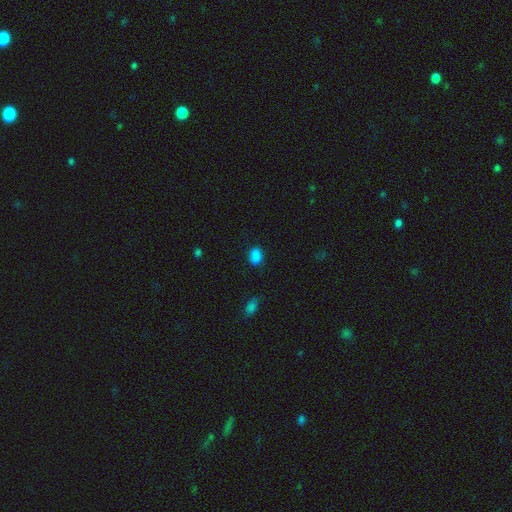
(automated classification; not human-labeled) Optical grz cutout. It shows a smooth galaxy with no disk features (86%) that is in between round and cigar-shaped (79%). Merging: none (82%).